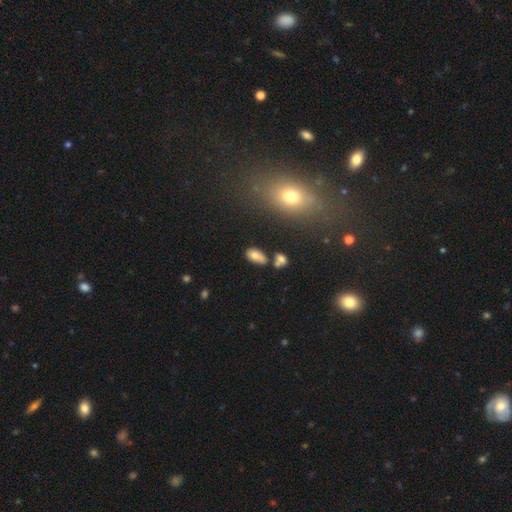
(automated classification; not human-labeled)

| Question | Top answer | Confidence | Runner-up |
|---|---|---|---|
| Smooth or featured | smooth | 74% | featured or disk (14%) |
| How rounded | in between | 90% | round (6%) |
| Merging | none | 61% | minor disturbance (18%) |